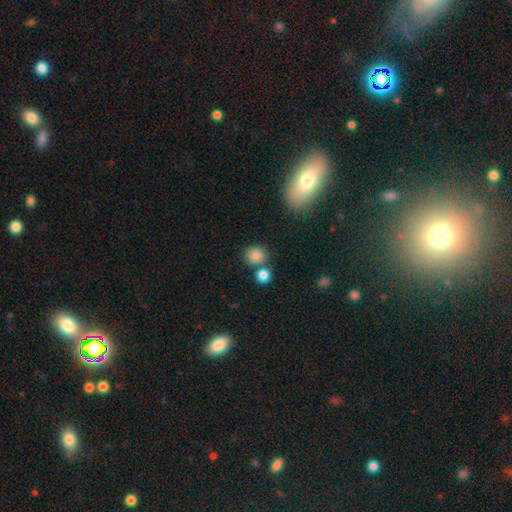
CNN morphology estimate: Smooth or featured: smooth — 84% (star or artifact — 11%)
How rounded: round — 85% (in between — 14%)
Merging: none — 70% (merger — 18%)